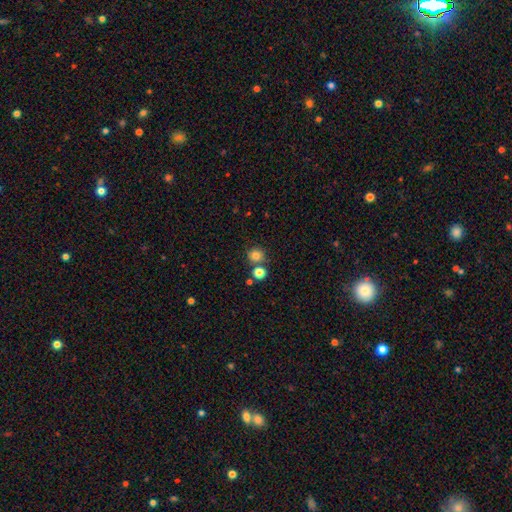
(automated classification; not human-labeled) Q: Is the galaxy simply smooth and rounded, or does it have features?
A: smooth — 80%.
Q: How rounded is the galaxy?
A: round — 90%.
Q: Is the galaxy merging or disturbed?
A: none — 72%.